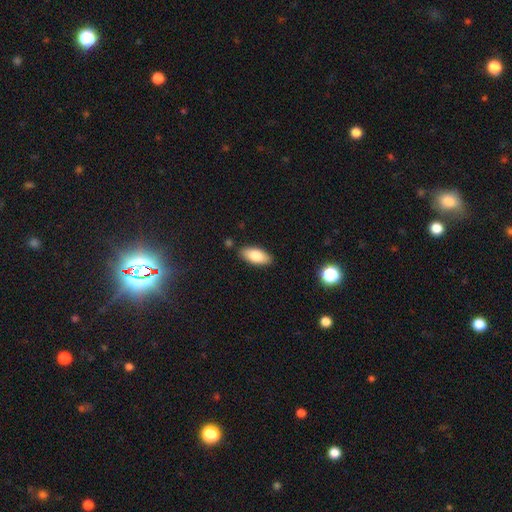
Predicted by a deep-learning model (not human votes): The model was most divided on "smooth or featured": smooth: 81%, featured or disk: 12%, star or artifact: 7%. More confident: how rounded — in between (88%); merging — none (86%).